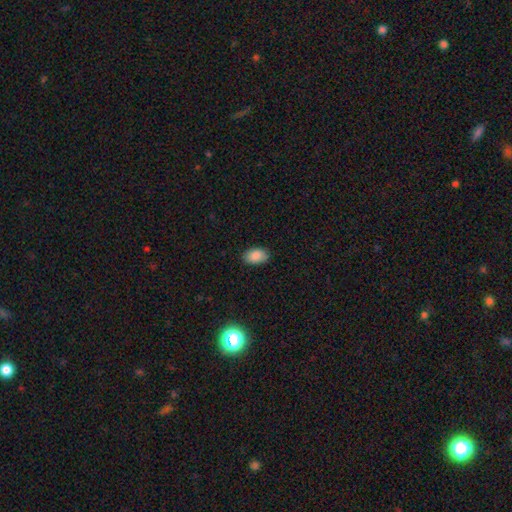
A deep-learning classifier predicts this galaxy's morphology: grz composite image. It shows a smooth galaxy with no disk features (88%) that is in between round and cigar-shaped (91%). Merging: none (87%).